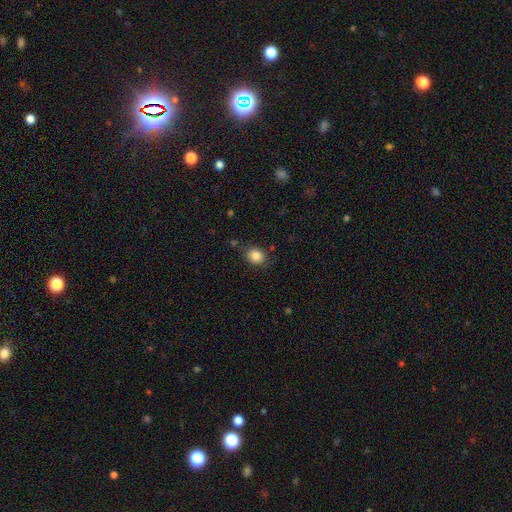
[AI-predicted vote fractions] A smooth galaxy with no disk features (85%) that is round (67%). Merging: none (79%).